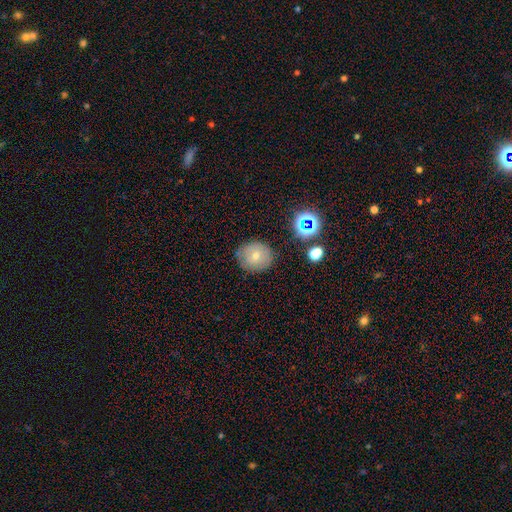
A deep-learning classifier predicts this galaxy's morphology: This is likely a smooth galaxy (63%). How rounded: clearly round (81%). Merging: likely none (80%).